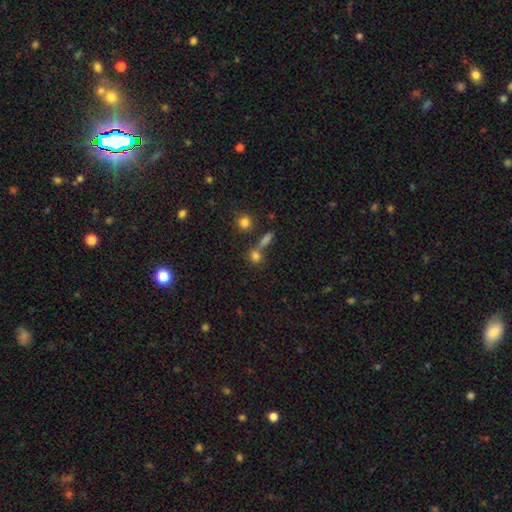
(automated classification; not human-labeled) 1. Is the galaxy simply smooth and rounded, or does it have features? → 76% smooth, 15% star or artifact, 9% featured or disk.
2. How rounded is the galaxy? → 74% round, 22% in between, 4% cigar-shaped.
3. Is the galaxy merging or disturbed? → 52% none, 33% merger, 10% minor disturbance, 5% major disturbance.